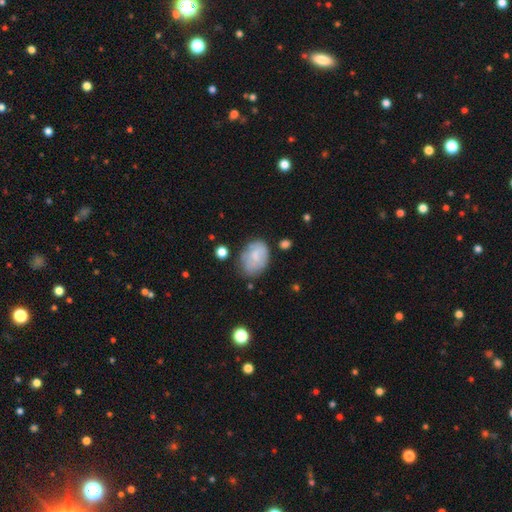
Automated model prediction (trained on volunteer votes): Smooth or featured? smooth (65%)
How rounded? in between (79%)
Merging? none (58%)